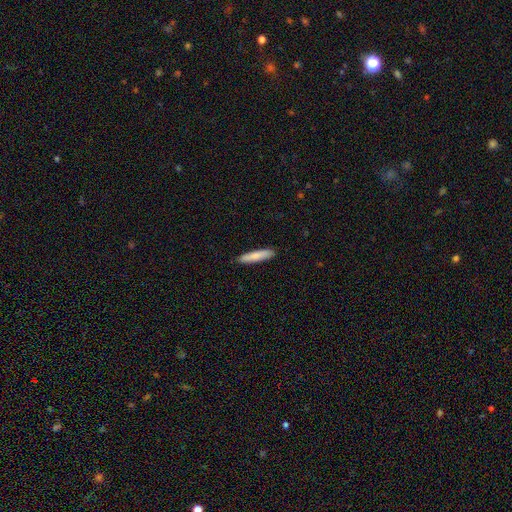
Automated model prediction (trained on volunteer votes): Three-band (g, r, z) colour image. It shows a smooth galaxy with no disk features (82%) that is cigar-shaped (89%). Merging: none (90%).